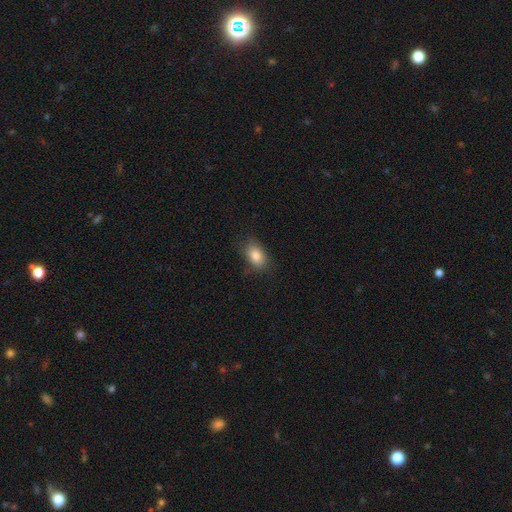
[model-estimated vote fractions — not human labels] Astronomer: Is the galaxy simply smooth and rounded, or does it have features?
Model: smooth — 84%.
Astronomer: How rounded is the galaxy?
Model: in between — 86%.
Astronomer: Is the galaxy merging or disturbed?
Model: none — 80%.